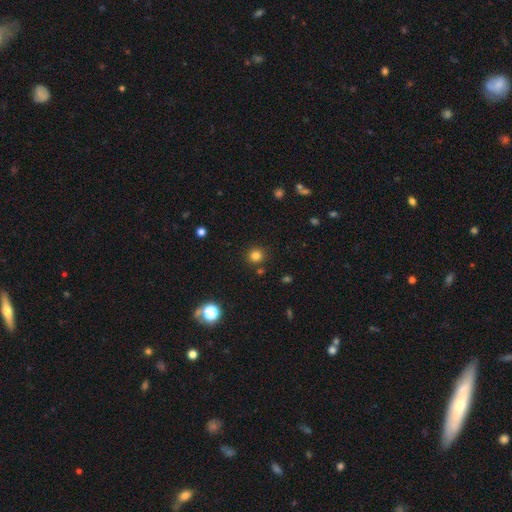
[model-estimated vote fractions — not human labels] Q: Smooth or featured?
A: smooth (81%); runner-up: star or artifact (14%)
Q: How rounded?
A: round (92%); runner-up: in between (7%)
Q: Merging?
A: none (87%); runner-up: minor disturbance (7%)